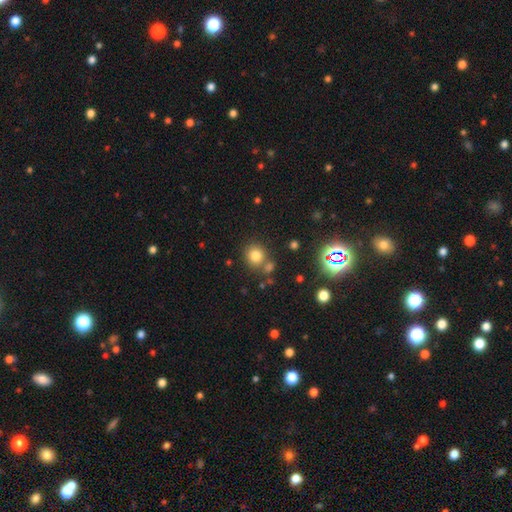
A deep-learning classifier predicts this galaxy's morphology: Smooth or featured? smooth (78%)
How rounded? round (85%)
Merging? none (70%)